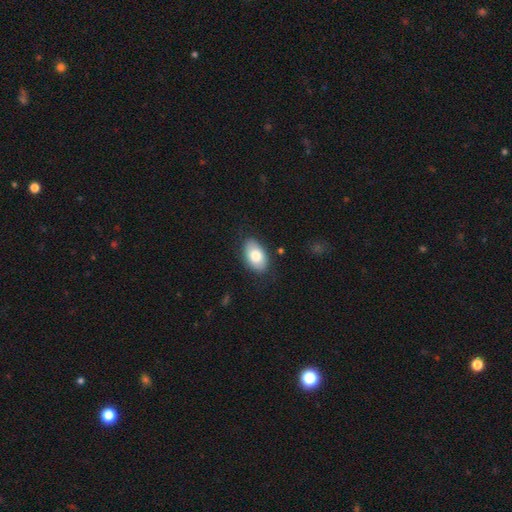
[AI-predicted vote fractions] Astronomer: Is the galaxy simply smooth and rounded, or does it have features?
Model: smooth — 79%.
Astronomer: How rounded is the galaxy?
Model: in between — 93%.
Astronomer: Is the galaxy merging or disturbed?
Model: none — 83%.